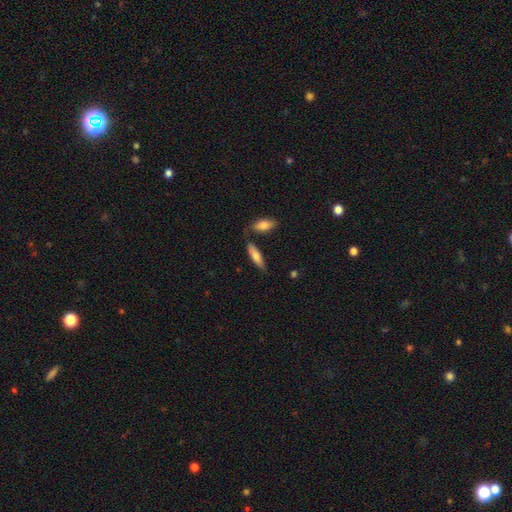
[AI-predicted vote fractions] Overall: smooth (69%). How rounded: cigar-shaped (65%; in between 33%). Merging: none (69%).